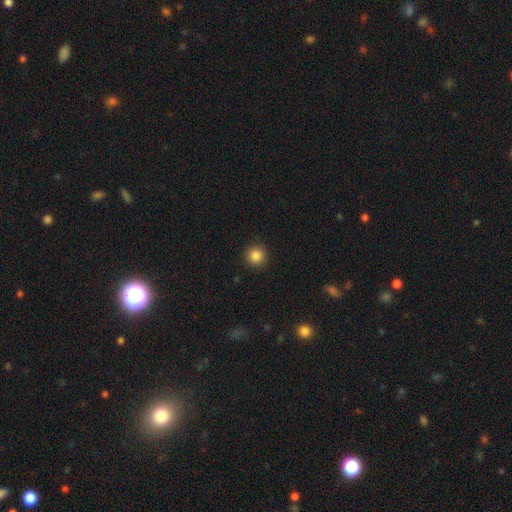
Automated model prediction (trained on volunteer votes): Smooth or featured?
  - smooth: 86% *
  - star or artifact: 10%
  - featured or disk: 4%
How rounded?
  - round: 95% *
  - in between: 4%
  - cigar-shaped: 1%
Merging?
  - none: 91% *
  - minor disturbance: 6%
  - major disturbance: 2%
  - merger: 1%